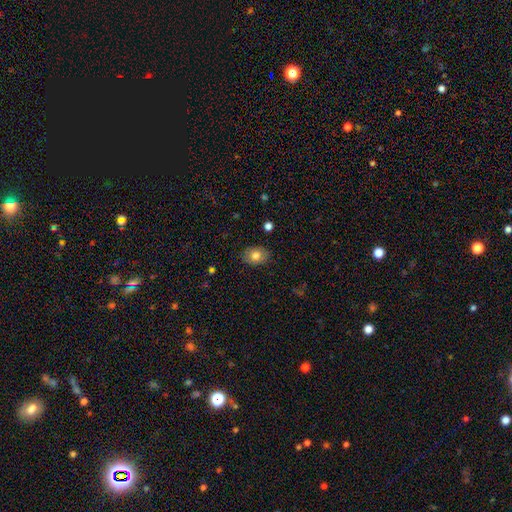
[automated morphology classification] This appears to be a smooth galaxy with no disk features (80%) that is in between round and cigar-shaped (74%). Merging: none (87%).